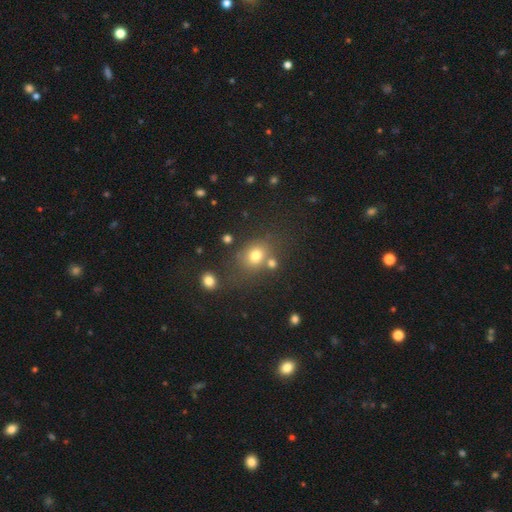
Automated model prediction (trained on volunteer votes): Morphology: type=smooth (75%); roundness=round (59%); merging=none (62%).